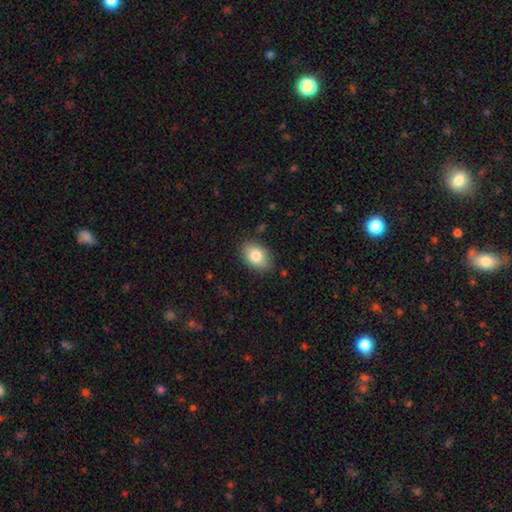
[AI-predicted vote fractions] Smooth or featured?
  - smooth: 83% *
  - featured or disk: 10%
  - star or artifact: 7%
How rounded?
  - in between: 85% *
  - round: 14%
  - cigar-shaped: 1%
Merging?
  - none: 85% *
  - minor disturbance: 12%
  - major disturbance: 3%
  - merger: 1%